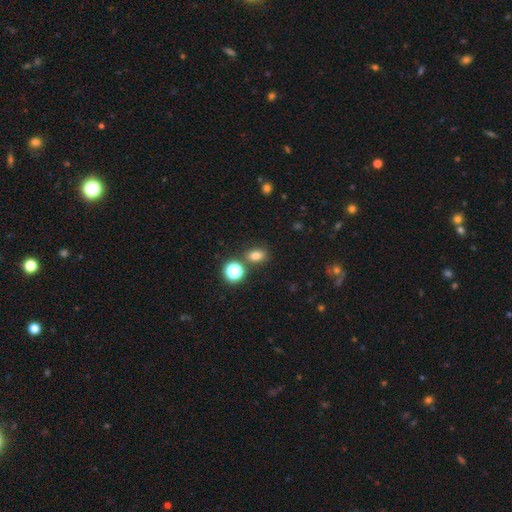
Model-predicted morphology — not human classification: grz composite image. It shows a smooth galaxy with no disk features (76%) that is in between round and cigar-shaped (64%). Merging: none (77%).